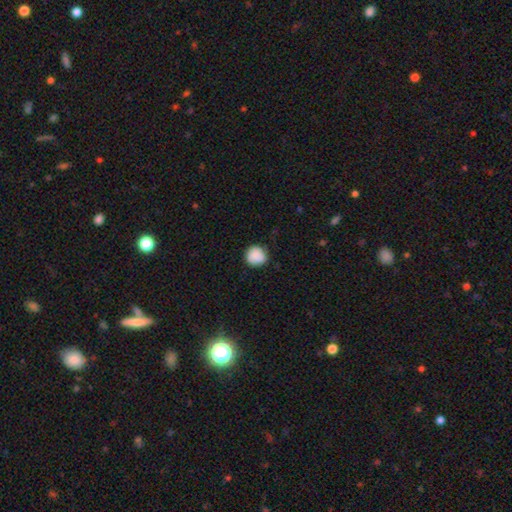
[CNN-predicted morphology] type=smooth (88%); roundness=round (90%); merging=none (82%).